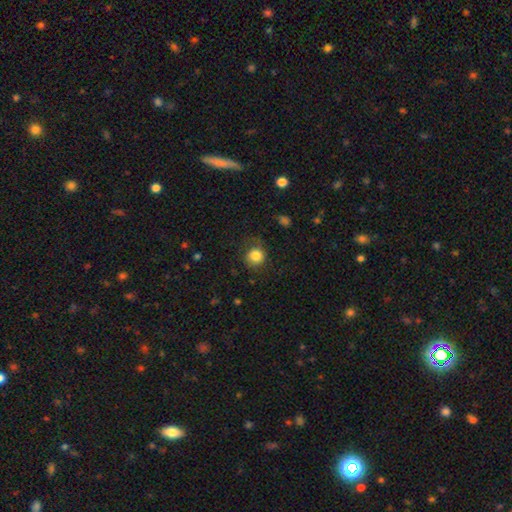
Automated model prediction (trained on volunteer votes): Q: Smooth or featured?
A: smooth (83%); runner-up: star or artifact (10%)
Q: How rounded?
A: round (88%); runner-up: in between (11%)
Q: Merging?
A: none (73%); runner-up: minor disturbance (17%)